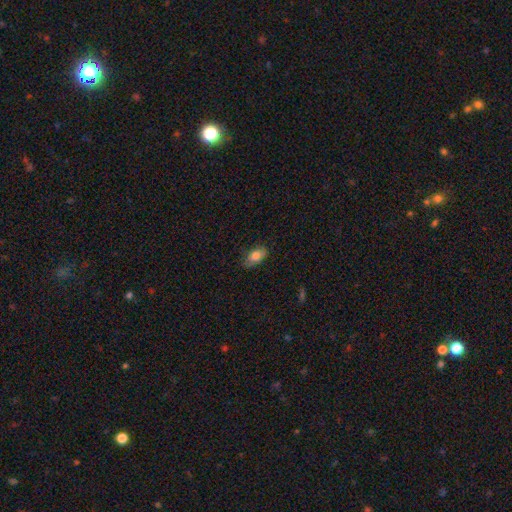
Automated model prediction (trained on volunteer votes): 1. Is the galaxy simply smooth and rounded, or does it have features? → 81% smooth, 11% featured or disk, 8% star or artifact.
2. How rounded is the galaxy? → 88% in between, 6% cigar-shaped, 6% round.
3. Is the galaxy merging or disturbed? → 72% none, 22% minor disturbance, 4% major disturbance, 1% merger.